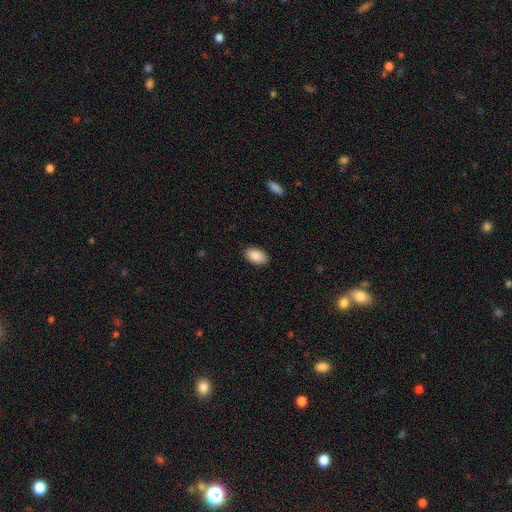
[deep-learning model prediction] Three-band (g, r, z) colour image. It shows a smooth galaxy with no disk features (90%) that is in between round and cigar-shaped (94%). Merging: none (88%).